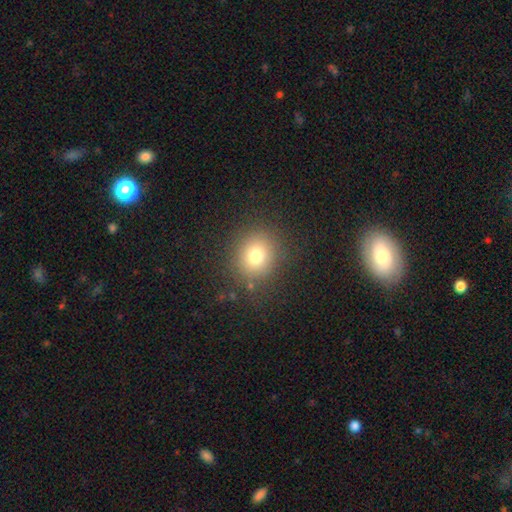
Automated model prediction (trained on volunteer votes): Overall: smooth (76%). How rounded: round (80%). Merging: none (85%).